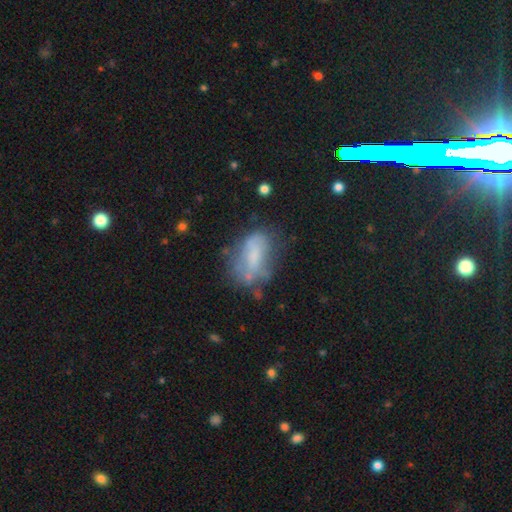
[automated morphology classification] A smooth galaxy with no disk features (48%).

Vote fractions:
- Smooth or featured? smooth: 48% / featured or disk: 34% / star or artifact: 18%
- Merging? none: 51% / minor disturbance: 27% / major disturbance: 17% / merger: 6%